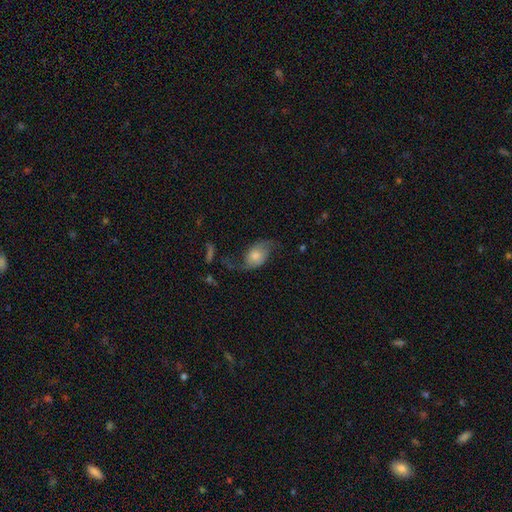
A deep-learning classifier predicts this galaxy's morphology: Smooth or featured?
  - featured or disk: 60% *
  - smooth: 32%
  - star or artifact: 8%
Edge-on disk?
  - no: 95% *
  - yes: 5%
Bar?
  - no: 73% *
  - weak: 23%
  - strong: 5%
Spiral arms?
  - yes: 88% *
  - no: 12%
Spiral winding?
  - loose: 78% *
  - medium: 17%
  - tight: 5%
Spiral arm count?
  - 2: 88% *
  - 1: 5%
  - can't tell: 3%
  - 3: 1%
  - 4: 1%
  - more than 4: 1%
Bulge size?
  - moderate: 41% *
  - large: 27%
  - small: 17%
  - none: 8%
  - dominant: 7%
Merging?
  - none: 51% *
  - major disturbance: 23%
  - minor disturbance: 22%
  - merger: 4%